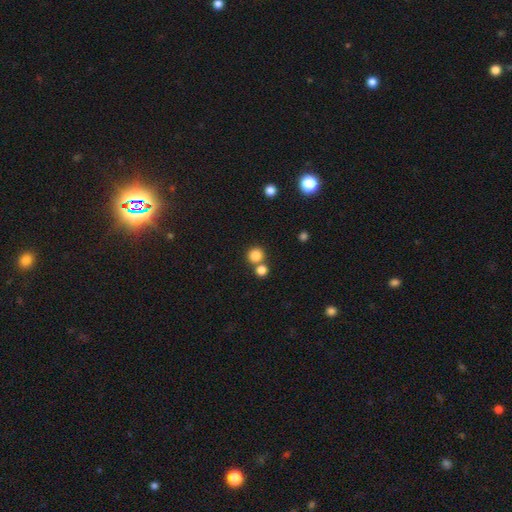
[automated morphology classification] smooth_or_featured: smooth (p=0.83) [alt: star or artifact p=0.11]
how_rounded: round (p=0.90) [alt: in between p=0.09]
merging: none (p=0.64) [alt: merger p=0.26]